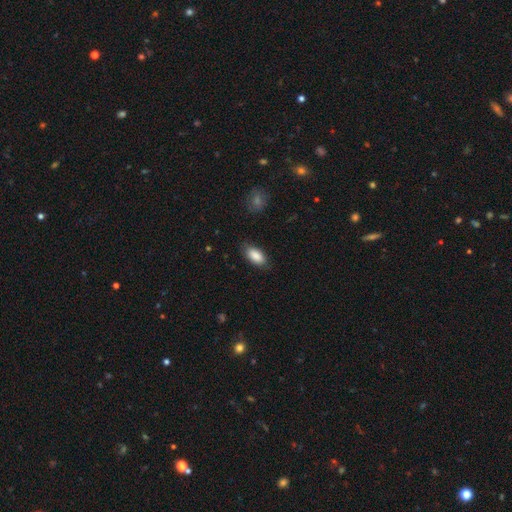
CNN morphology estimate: This appears to be a smooth galaxy with no disk features (88%) that is in between round and cigar-shaped (91%). Merging: none (80%).